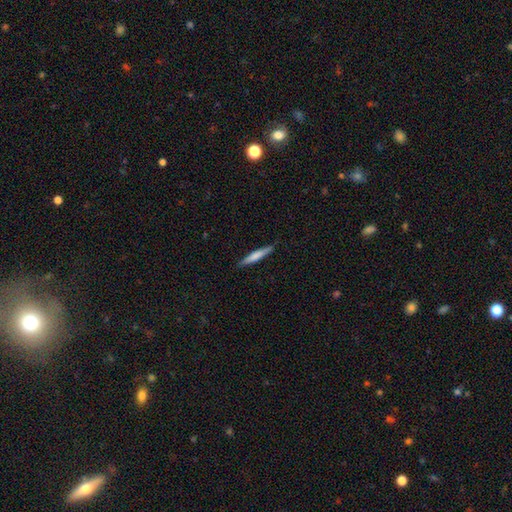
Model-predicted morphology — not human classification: type=smooth (67%); roundness=cigar-shaped (93%); merging=none (87%).